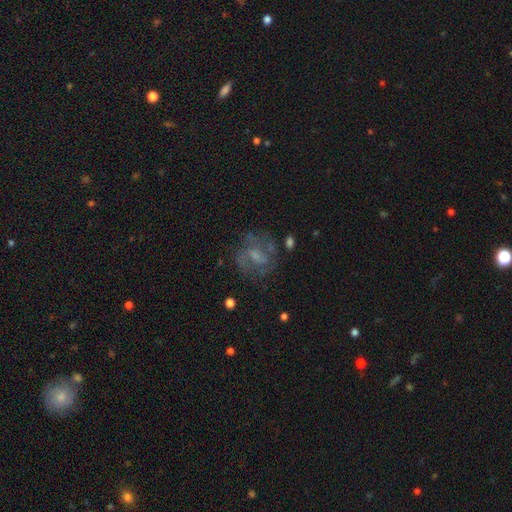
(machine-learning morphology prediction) This is likely a featured or disk galaxy (64%). It is clearly not viewed edge-on (97%). Bar: possibly weak (50%). Spiral arm pattern: likely yes (73%). Central bulge: marginally small (39%). Merging: likely none (63%).